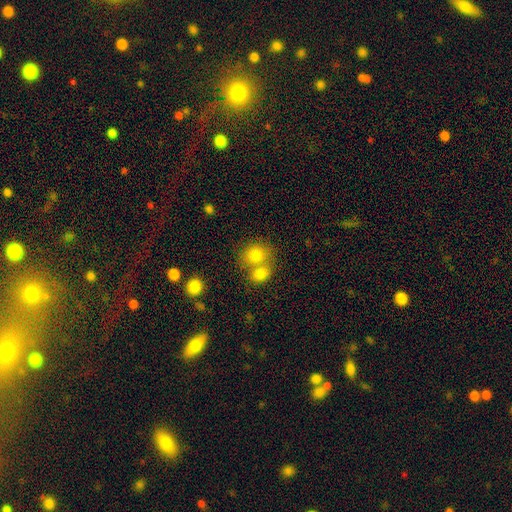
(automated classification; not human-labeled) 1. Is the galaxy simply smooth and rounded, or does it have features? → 78% smooth, 11% star or artifact, 11% featured or disk.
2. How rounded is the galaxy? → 75% round, 24% in between, 1% cigar-shaped.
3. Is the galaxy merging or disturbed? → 49% merger, 41% none, 7% minor disturbance, 3% major disturbance.